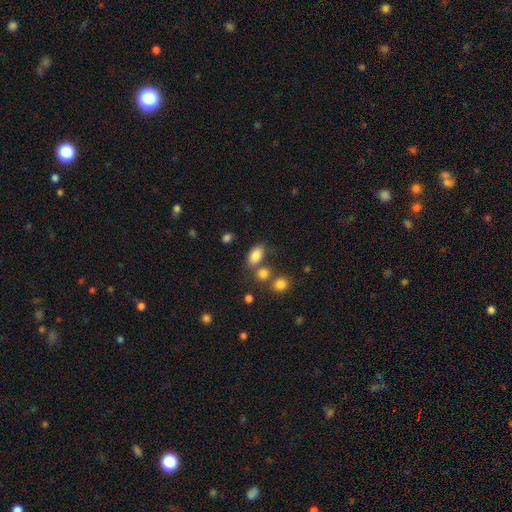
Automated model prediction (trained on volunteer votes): Q: Smooth or featured?
A: smooth (84%); runner-up: star or artifact (10%)
Q: How rounded?
A: in between (89%); runner-up: round (9%)
Q: Merging?
A: none (62%); runner-up: merger (18%)